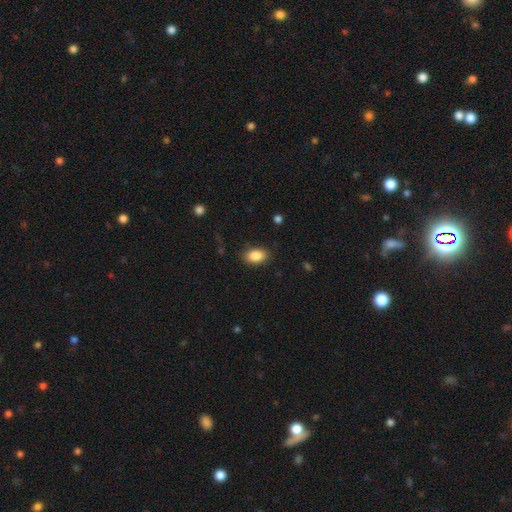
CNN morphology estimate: smooth-or-featured: smooth: 88% | star or artifact: 8% | featured or disk: 5%
  how-rounded: in between: 88% | round: 11% | cigar-shaped: 1%
  merging: none: 85% | minor disturbance: 10% | major disturbance: 3% | merger: 1%